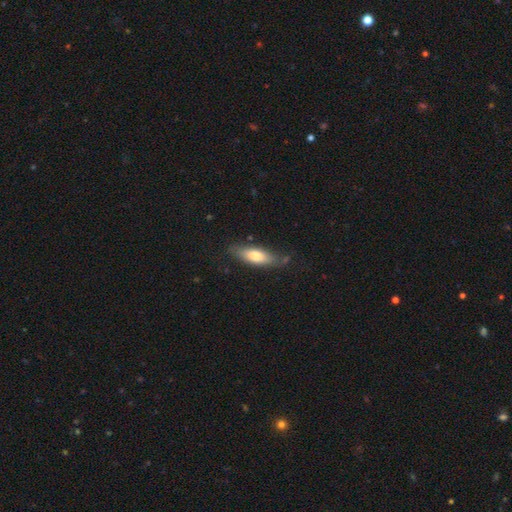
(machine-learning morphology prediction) Smooth or featured? Predicted: smooth (p=0.69). How rounded? Predicted: in between (p=0.52). Merging? Predicted: none (p=0.76).